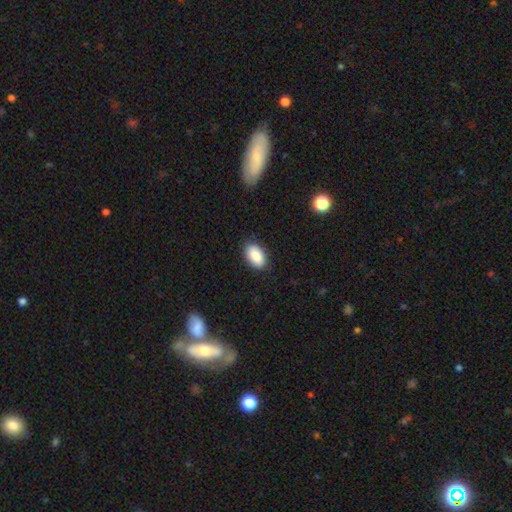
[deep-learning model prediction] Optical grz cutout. It shows a smooth galaxy with no disk features (89%) that is in between round and cigar-shaped (92%). Merging: none (86%).